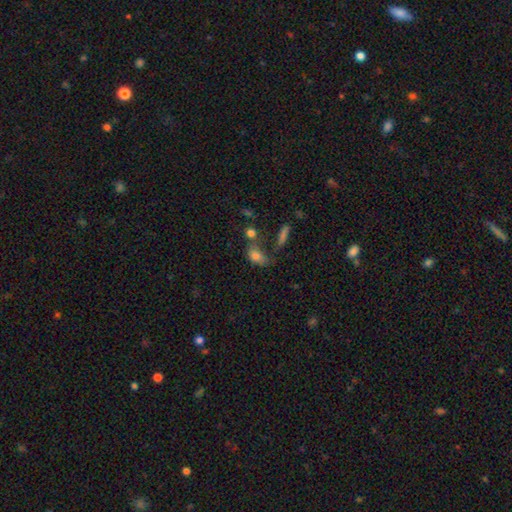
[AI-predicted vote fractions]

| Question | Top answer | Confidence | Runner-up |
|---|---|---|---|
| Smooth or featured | smooth | 76% | featured or disk (13%) |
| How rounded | in between | 79% | round (14%) |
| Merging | none | 34% | merger (31%) |